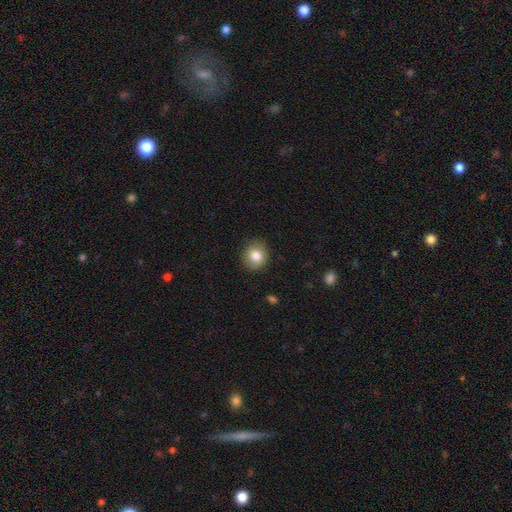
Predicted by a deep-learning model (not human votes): smooth_or_featured: smooth (p=0.83) [alt: star or artifact p=0.09]
how_rounded: round (p=0.79) [alt: in between p=0.20]
merging: none (p=0.88) [alt: minor disturbance p=0.09]